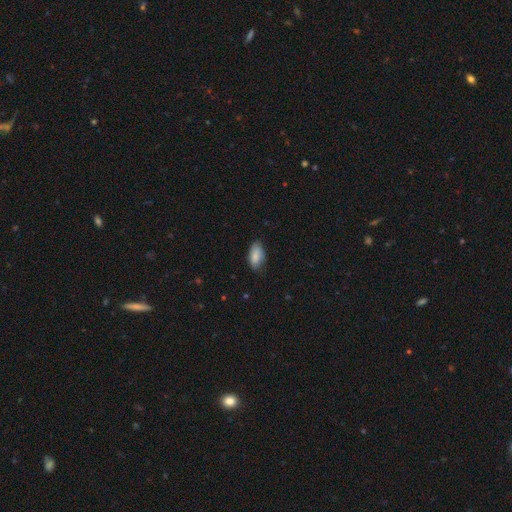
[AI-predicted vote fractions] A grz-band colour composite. It shows a smooth galaxy with no disk features (82%) that is in between round and cigar-shaped (92%). Merging: none (72%).